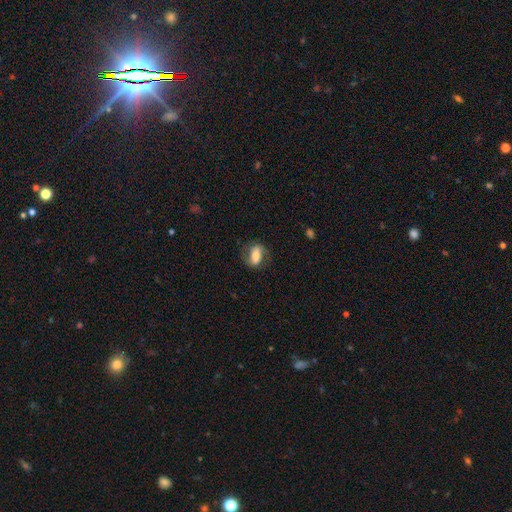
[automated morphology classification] Smooth or featured: smooth — 54% (featured or disk — 39%)
How rounded: in between — 78% (round — 15%)
Merging: none — 70% (minor disturbance — 19%)